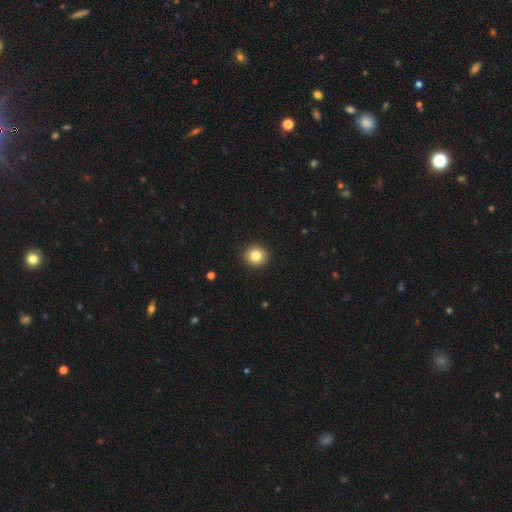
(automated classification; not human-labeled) Overall: smooth (82%). How rounded: round (94%). Merging: none (93%).